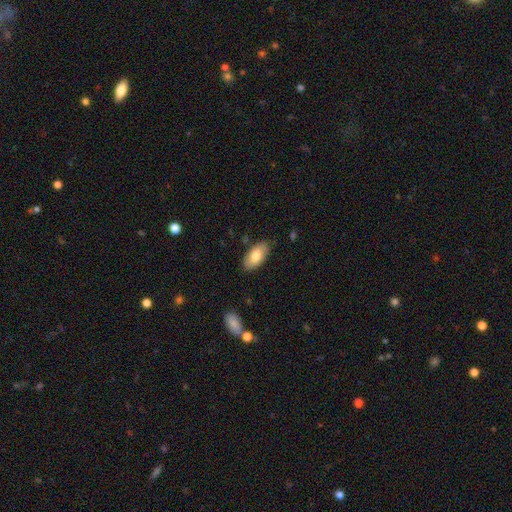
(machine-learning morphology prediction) Q: Smooth or featured?
A: smooth (78%); runner-up: featured or disk (16%)
Q: How rounded?
A: in between (94%); runner-up: cigar-shaped (4%)
Q: Merging?
A: none (83%); runner-up: minor disturbance (13%)